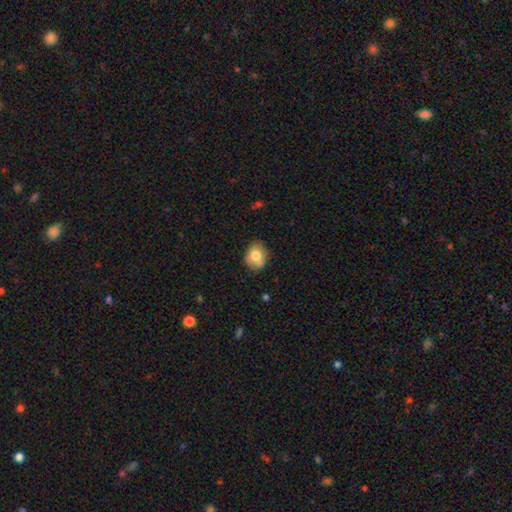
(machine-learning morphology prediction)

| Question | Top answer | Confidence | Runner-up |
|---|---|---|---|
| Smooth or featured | smooth | 73% | featured or disk (18%) |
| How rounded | round | 51% | in between (48%) |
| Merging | none | 62% | minor disturbance (21%) |